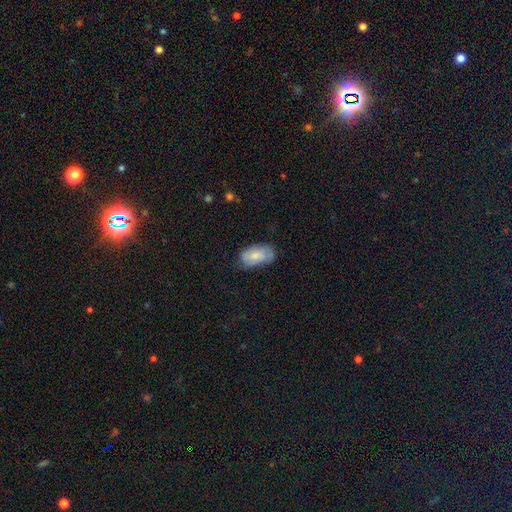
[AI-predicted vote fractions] smooth-or-featured: smooth: 73% | featured or disk: 20% | star or artifact: 6%
  how-rounded: in between: 94% | round: 4% | cigar-shaped: 2%
  merging: none: 60% | minor disturbance: 31% | major disturbance: 7% | merger: 2%